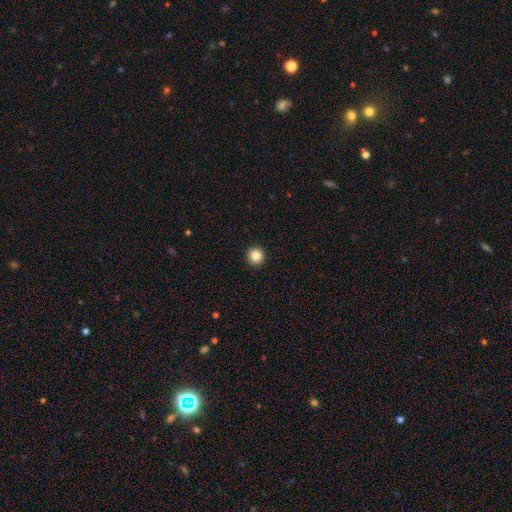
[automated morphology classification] Q: Smooth or featured?
A: smooth (85%); runner-up: star or artifact (10%)
Q: How rounded?
A: round (96%); runner-up: in between (3%)
Q: Merging?
A: none (94%); runner-up: minor disturbance (4%)